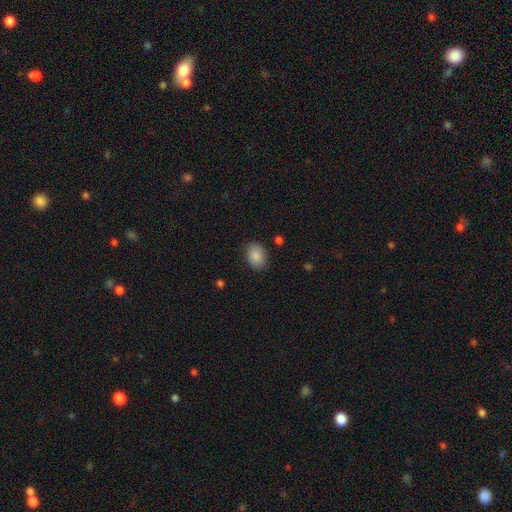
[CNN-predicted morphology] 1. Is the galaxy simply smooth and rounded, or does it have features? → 87% smooth, 8% star or artifact, 5% featured or disk.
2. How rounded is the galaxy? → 72% in between, 27% round, 1% cigar-shaped.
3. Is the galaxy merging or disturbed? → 83% none, 13% minor disturbance, 3% major disturbance, 1% merger.